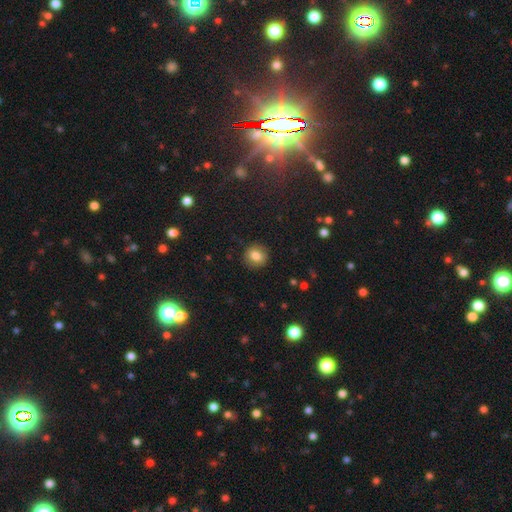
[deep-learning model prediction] This is clearly a smooth galaxy (80%). How rounded: clearly round (86%). Merging: clearly none (90%).